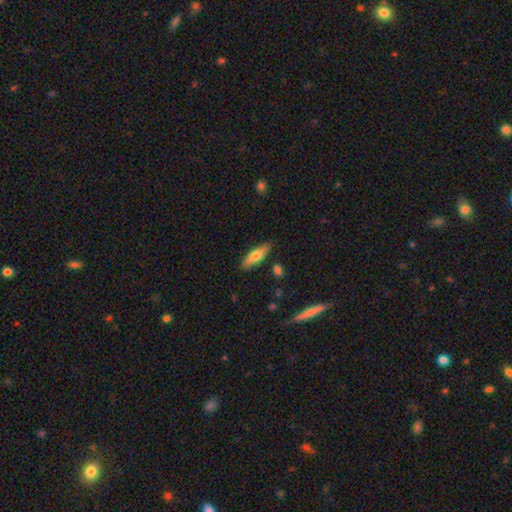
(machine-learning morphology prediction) Q: Smooth or featured?
A: smooth (63%); runner-up: featured or disk (31%)
Q: How rounded?
A: cigar-shaped (51%); runner-up: in between (46%)
Q: Merging?
A: none (85%); runner-up: minor disturbance (11%)